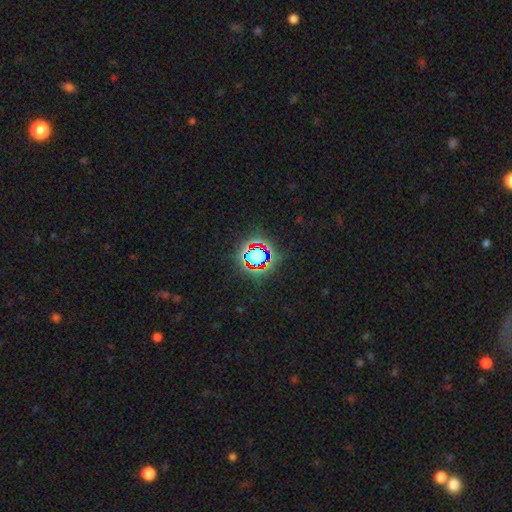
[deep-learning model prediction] A star or artifact, not a galaxy (69%).

Vote fractions:
- Smooth or featured? star or artifact: 69% / smooth: 20% / featured or disk: 11%